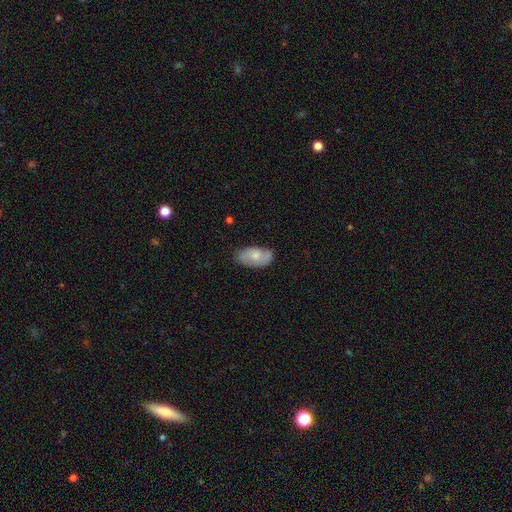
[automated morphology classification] Smooth or featured: smooth — 53% (featured or disk — 41%)
How rounded: in between — 93% (round — 4%)
Merging: none — 71% (minor disturbance — 22%)